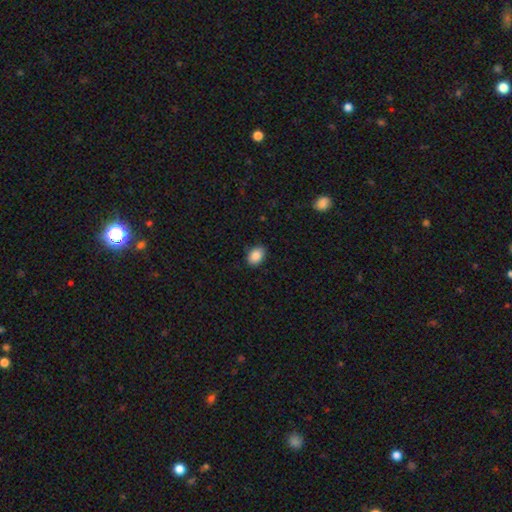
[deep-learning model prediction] The model was most divided on "how rounded": in between: 80%, round: 19%, cigar-shaped: 1%. More confident: smooth or featured — smooth (89%); merging — none (86%).